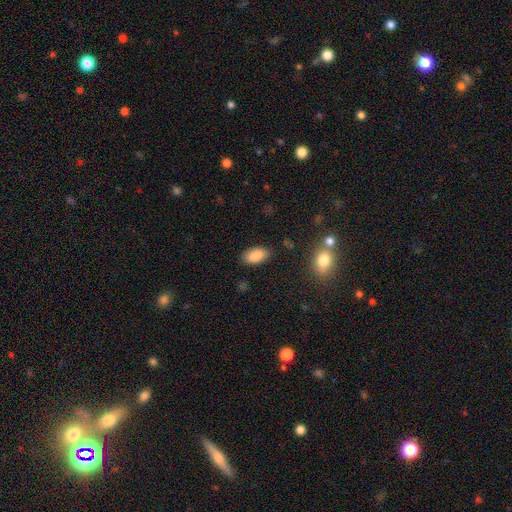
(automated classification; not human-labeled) Morphology: type=smooth (86%); roundness=in between (94%); merging=none (86%).